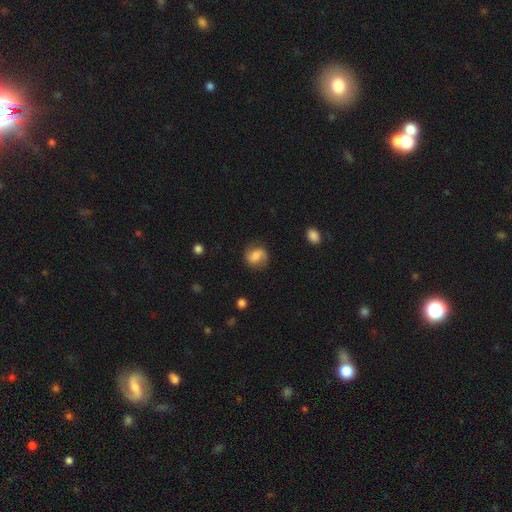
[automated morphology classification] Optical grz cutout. It shows a smooth galaxy with no disk features (50%) that is round (69%). Merging: none (72%).